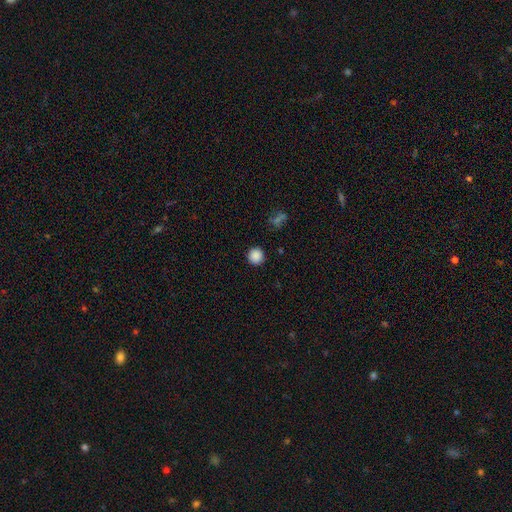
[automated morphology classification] smooth-or-featured: smooth: 86% | star or artifact: 11% | featured or disk: 3%
  how-rounded: round: 95% | in between: 4% | cigar-shaped: 1%
  merging: none: 91% | minor disturbance: 5% | major disturbance: 2% | merger: 1%